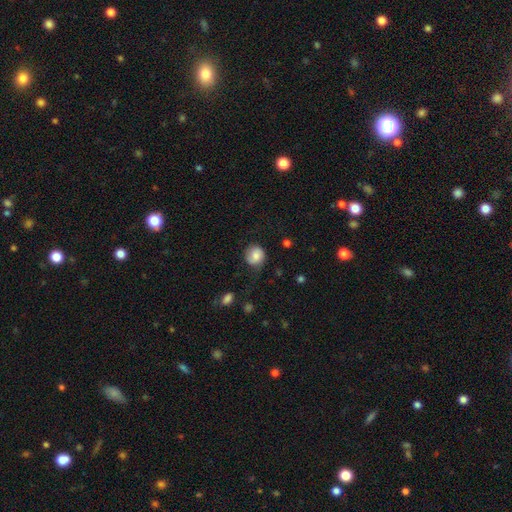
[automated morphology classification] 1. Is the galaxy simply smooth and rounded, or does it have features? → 77% smooth, 14% featured or disk, 8% star or artifact.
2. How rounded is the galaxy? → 83% round, 16% in between, 1% cigar-shaped.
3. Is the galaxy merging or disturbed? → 66% none, 24% minor disturbance, 9% major disturbance, 2% merger.